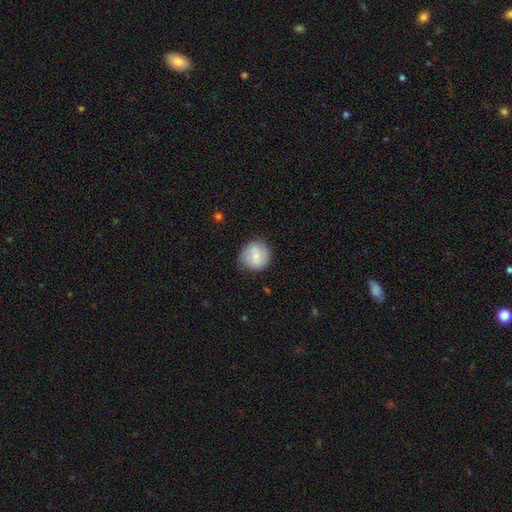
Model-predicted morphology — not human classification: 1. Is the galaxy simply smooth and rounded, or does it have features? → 58% smooth, 35% featured or disk, 7% star or artifact.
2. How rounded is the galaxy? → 90% round, 9% in between, 1% cigar-shaped.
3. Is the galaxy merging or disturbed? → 74% none, 18% minor disturbance, 5% major disturbance, 2% merger.